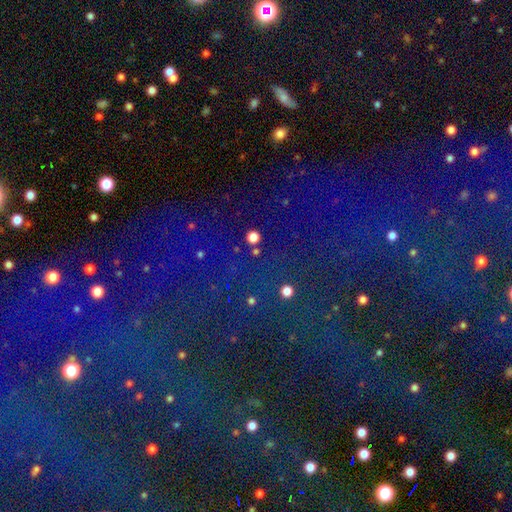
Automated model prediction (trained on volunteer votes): The model was most divided on "smooth or featured": star or artifact: 80%, smooth: 12%, featured or disk: 8%.